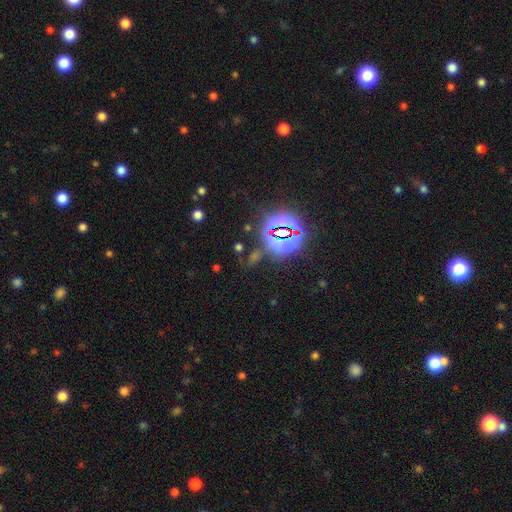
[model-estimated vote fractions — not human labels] This is likely a star or artifact rather than a galaxy (76%).